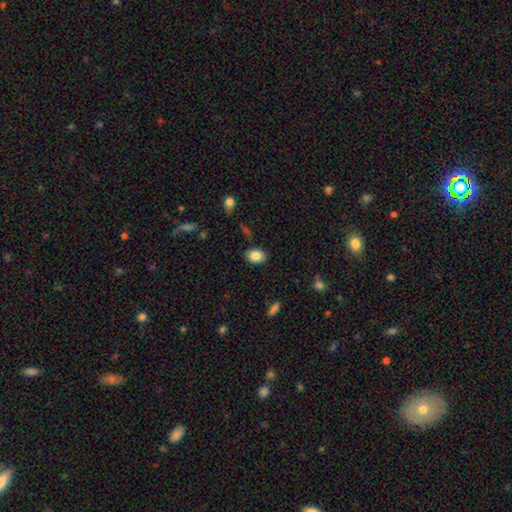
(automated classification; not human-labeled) A smooth galaxy with no disk features (85%) that is in between round and cigar-shaped (74%).

Vote fractions:
- Smooth or featured? smooth: 85% / star or artifact: 8% / featured or disk: 7%
- How rounded? in between: 74% / round: 25% / cigar-shaped: 1%
- Merging? none: 86% / minor disturbance: 10% / major disturbance: 2% / merger: 2%